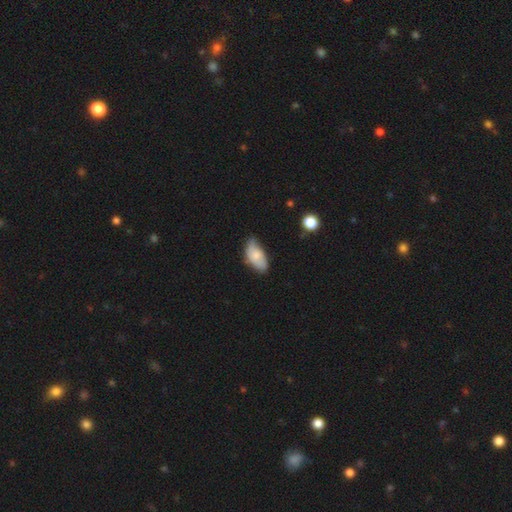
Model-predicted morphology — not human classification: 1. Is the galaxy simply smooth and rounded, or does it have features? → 69% smooth, 24% featured or disk, 7% star or artifact.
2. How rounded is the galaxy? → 93% in between, 4% cigar-shaped, 3% round.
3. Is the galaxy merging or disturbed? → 51% none, 39% minor disturbance, 8% major disturbance, 2% merger.